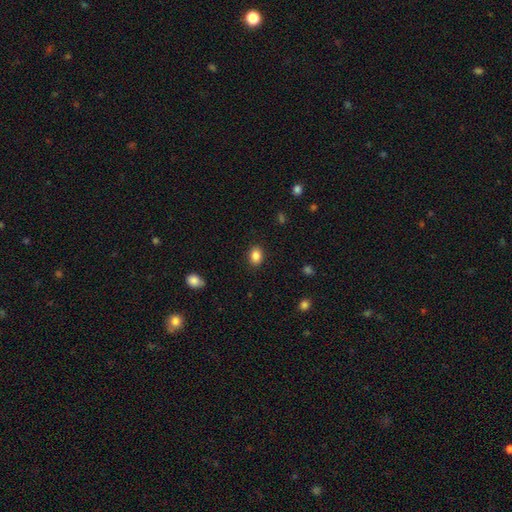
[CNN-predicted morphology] Smooth or featured? Predicted: smooth (p=0.87). How rounded? Predicted: in between (p=0.69). Merging? Predicted: none (p=0.87).